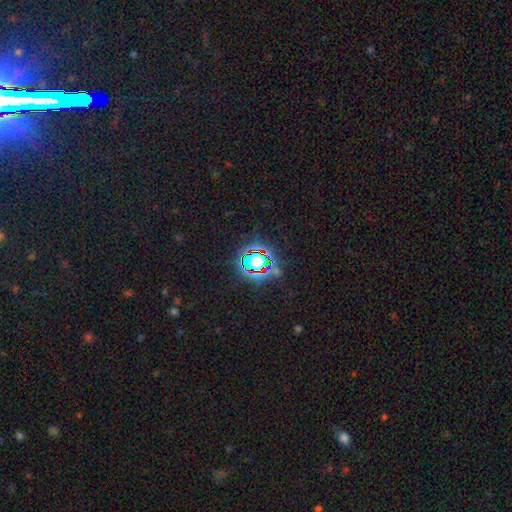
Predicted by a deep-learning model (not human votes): Smooth or featured?
  - star or artifact: 72% *
  - smooth: 18%
  - featured or disk: 10%